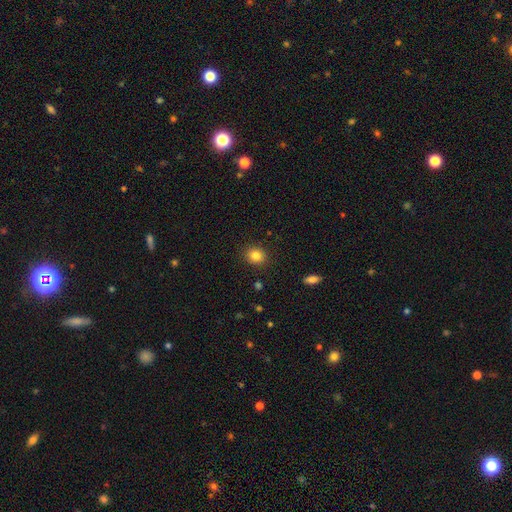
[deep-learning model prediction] Smooth or featured? Predicted: smooth (p=0.84). How rounded? Predicted: round (p=0.77). Merging? Predicted: none (p=0.90).